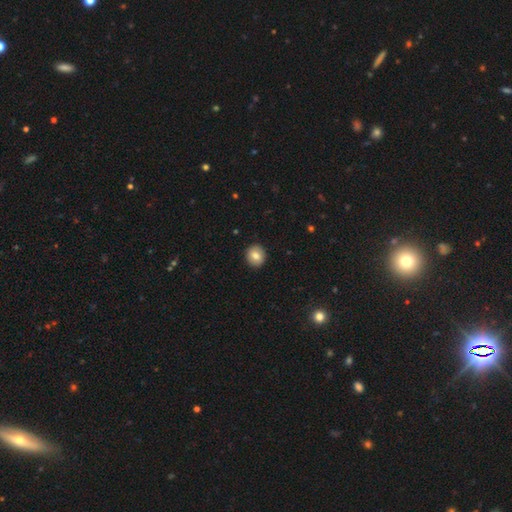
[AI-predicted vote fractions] Smooth or featured: smooth — 81% (featured or disk — 11%)
How rounded: round — 79% (in between — 20%)
Merging: none — 91% (minor disturbance — 6%)